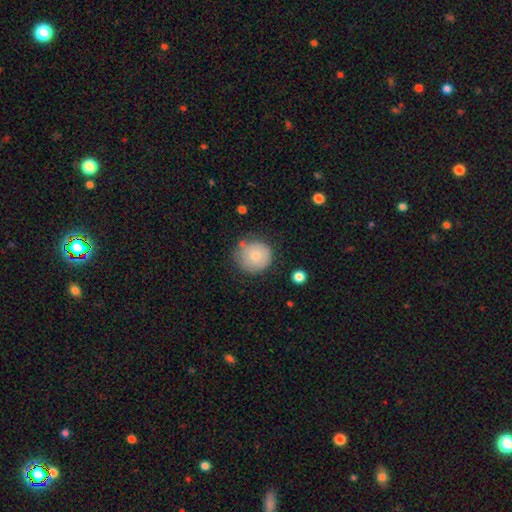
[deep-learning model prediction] This is likely a smooth galaxy (76%). How rounded: clearly round (92%). Merging: likely none (70%).